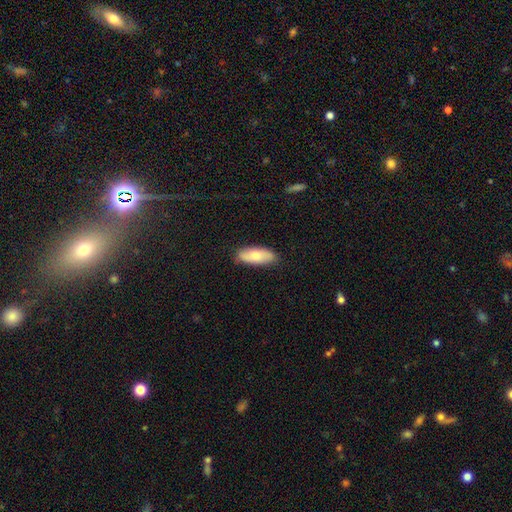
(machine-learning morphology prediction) A smooth galaxy with no disk features (71%) that is in between round and cigar-shaped (78%). Merging: none (83%).